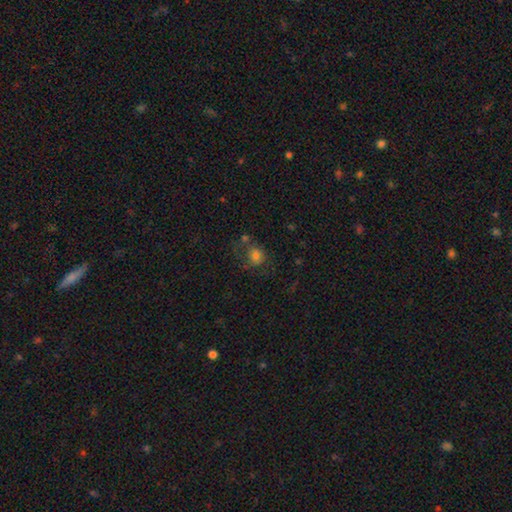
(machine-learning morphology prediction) Q: Smooth or featured?
A: smooth (73%); runner-up: star or artifact (15%)
Q: How rounded?
A: round (73%); runner-up: in between (26%)
Q: Merging?
A: none (51%); runner-up: minor disturbance (19%)